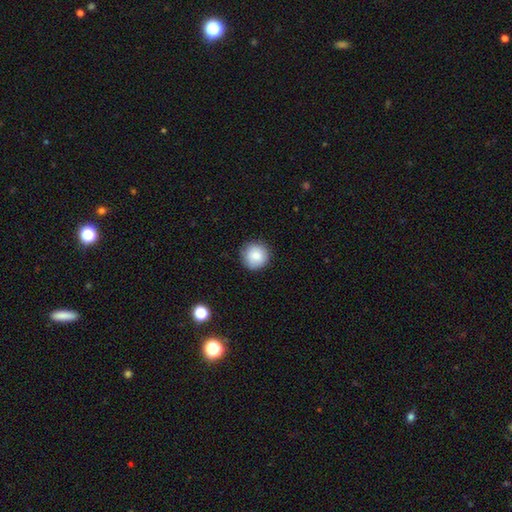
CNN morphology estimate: This appears to be a smooth galaxy with no disk features (84%) that is round (95%). Merging: none (88%).